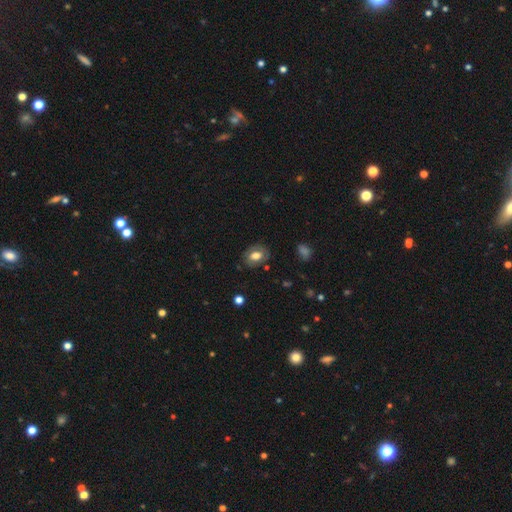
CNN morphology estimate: The model was most divided on "smooth or featured": smooth: 58%, featured or disk: 34%, star or artifact: 8%. More confident: merging — none (76%); how rounded — in between (72%).